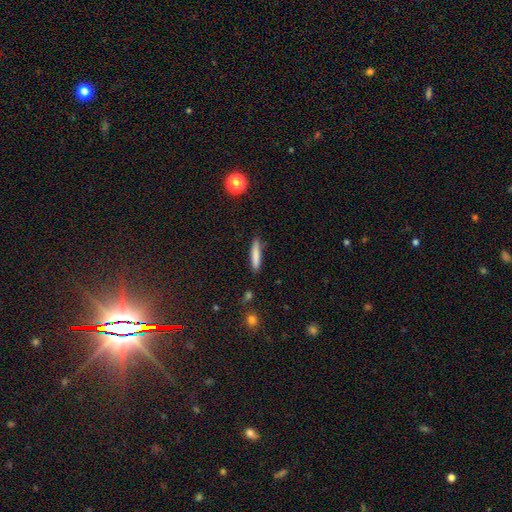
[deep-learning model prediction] The model was most divided on "smooth or featured": smooth: 81%, featured or disk: 12%, star or artifact: 7%. More confident: how rounded — cigar-shaped (90%); merging — none (87%).